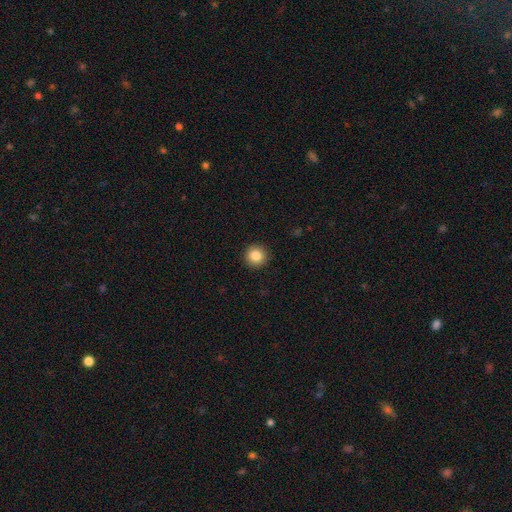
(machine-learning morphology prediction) A smooth galaxy with no disk features (85%) that is round (94%). Merging: none (92%).